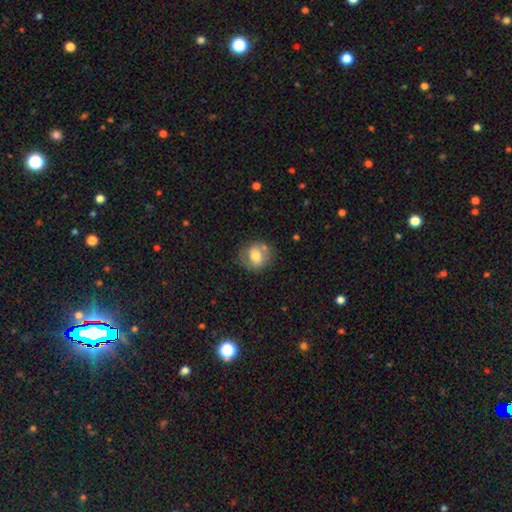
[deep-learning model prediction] Overall: smooth (64%; featured or disk 28%). How rounded: round (72%). Merging: none (66%).